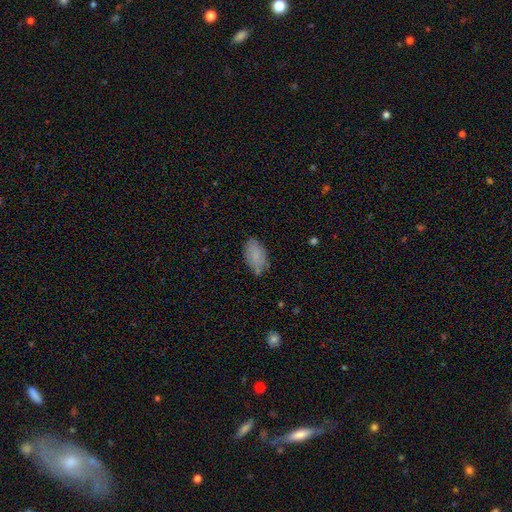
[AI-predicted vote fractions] Overall: smooth (76%). How rounded: in between (93%). Merging: none (71%).